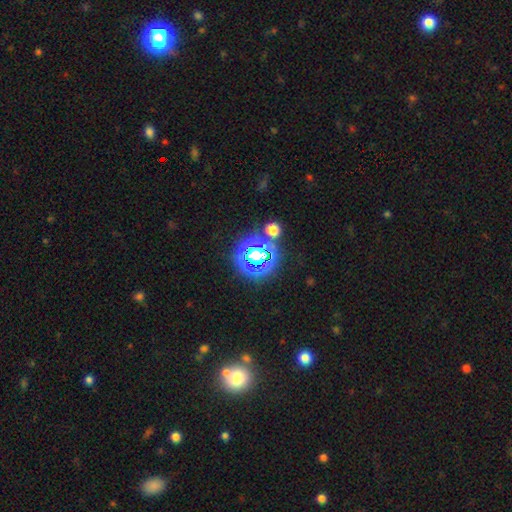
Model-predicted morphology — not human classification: Overall: star or artifact (58%; smooth 30%).